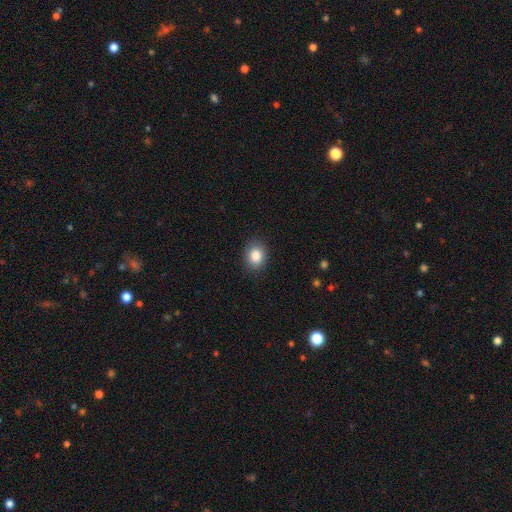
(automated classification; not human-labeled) A smooth galaxy with no disk features (87%) that is in between round and cigar-shaped (56%). Merging: none (86%).